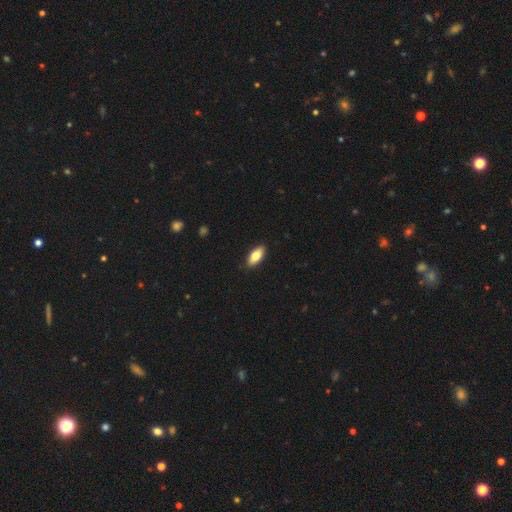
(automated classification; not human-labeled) smooth-or-featured: smooth: 76% | featured or disk: 17% | star or artifact: 6%
  how-rounded: in between: 84% | cigar-shaped: 13% | round: 3%
  merging: none: 90% | minor disturbance: 8% | major disturbance: 2% | merger: 1%